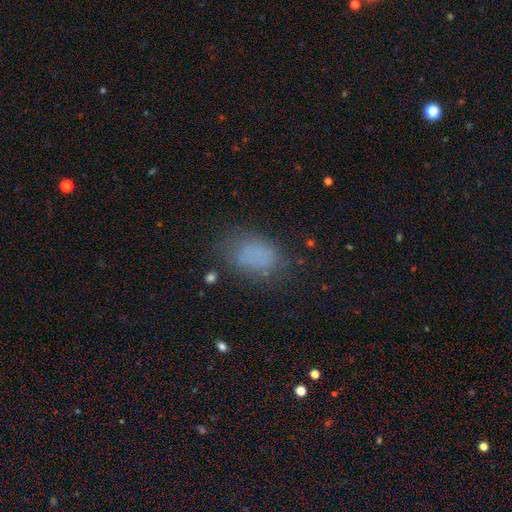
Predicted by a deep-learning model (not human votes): A smooth galaxy with no disk features (74%) that is in between round and cigar-shaped (85%). Merging: none (66%).